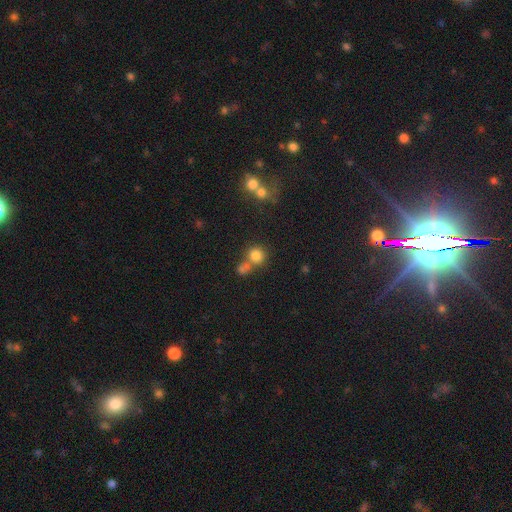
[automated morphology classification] Smooth or featured: smooth — 78% (star or artifact — 14%)
How rounded: round — 88% (in between — 11%)
Merging: none — 54% (merger — 33%)